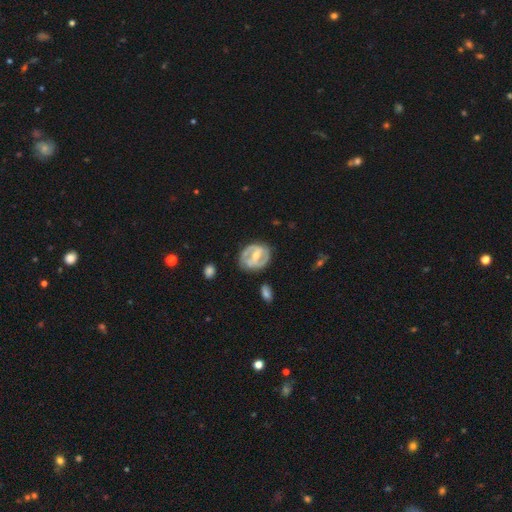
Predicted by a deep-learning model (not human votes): Morphology: type=featured or disk (78%); edge-on=no (96%); bar=strong (51%); spiral arms=yes (72%); winding=tight (42%); arm count=2 (80%); bulge=moderate (58%); merging=none (73%).